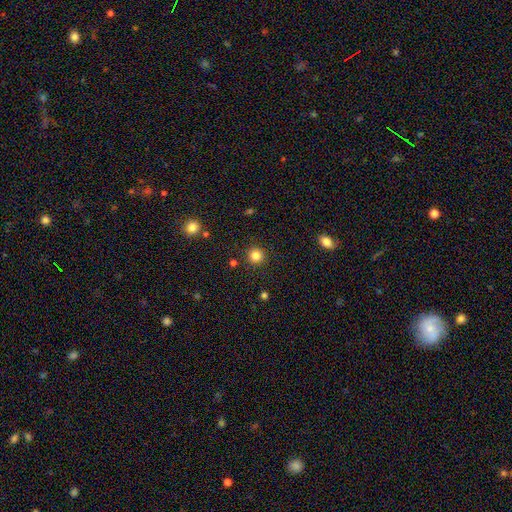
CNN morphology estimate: A smooth galaxy with no disk features (83%) that is round (94%).

Vote fractions:
- Smooth or featured? smooth: 83% / star or artifact: 12% / featured or disk: 5%
- How rounded? round: 94% / in between: 5% / cigar-shaped: 1%
- Merging? none: 91% / minor disturbance: 5% / major disturbance: 2% / merger: 2%